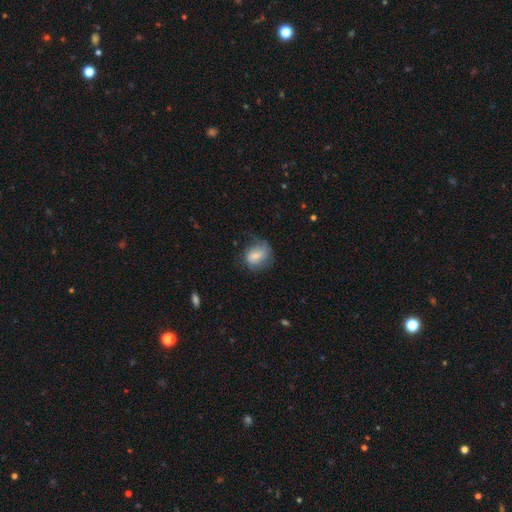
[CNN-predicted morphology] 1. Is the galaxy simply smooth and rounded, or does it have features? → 63% smooth, 29% featured or disk, 8% star or artifact.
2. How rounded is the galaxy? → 55% in between, 43% round, 2% cigar-shaped.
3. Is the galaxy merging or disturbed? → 46% none, 30% minor disturbance, 22% major disturbance, 2% merger.